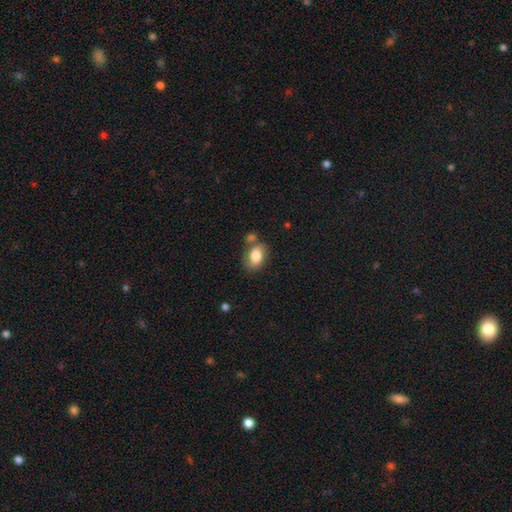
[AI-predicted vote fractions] A smooth galaxy with no disk features (79%) that is in between round and cigar-shaped (84%).

Vote fractions:
- Smooth or featured? smooth: 79% / featured or disk: 14% / star or artifact: 7%
- How rounded? in between: 84% / round: 14% / cigar-shaped: 2%
- Merging? none: 56% / merger: 21% / minor disturbance: 18% / major disturbance: 6%